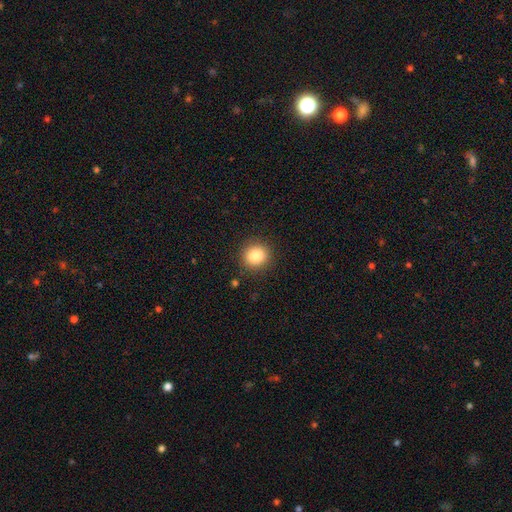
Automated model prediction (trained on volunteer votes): This is clearly a smooth galaxy (84%). How rounded: clearly round (88%). Merging: clearly none (89%).